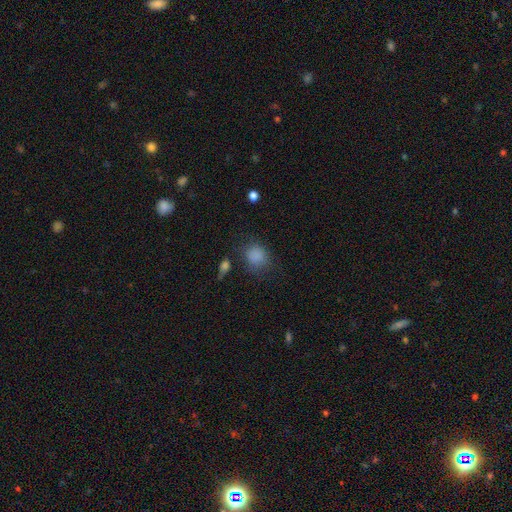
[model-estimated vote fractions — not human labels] Morphology: type=smooth (84%); roundness=round (69%); merging=none (67%).